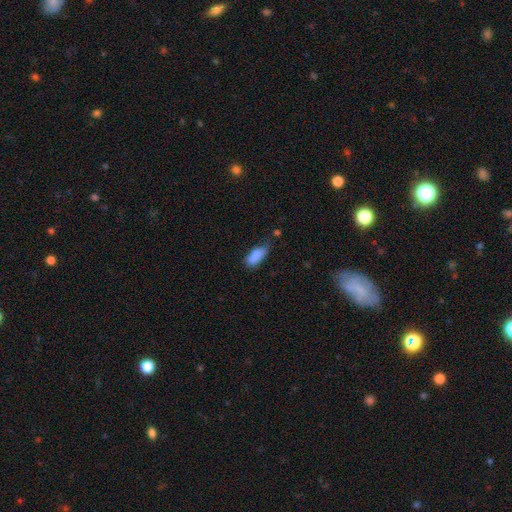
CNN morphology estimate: Q: Smooth or featured?
A: smooth (82%); runner-up: featured or disk (10%)
Q: How rounded?
A: in between (82%); runner-up: cigar-shaped (15%)
Q: Merging?
A: minor disturbance (39%); runner-up: none (38%)